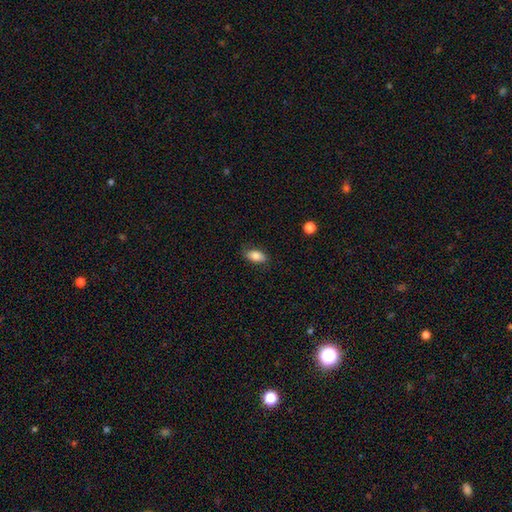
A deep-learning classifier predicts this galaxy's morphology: A smooth galaxy with no disk features (82%) that is in between round and cigar-shaped (91%). Merging: none (79%).